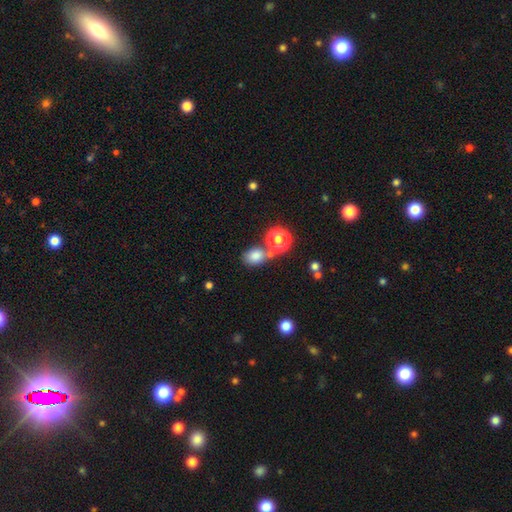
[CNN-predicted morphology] Smooth or featured: smooth — 80% (star or artifact — 13%)
How rounded: in between — 57% (round — 42%)
Merging: none — 61% (merger — 23%)